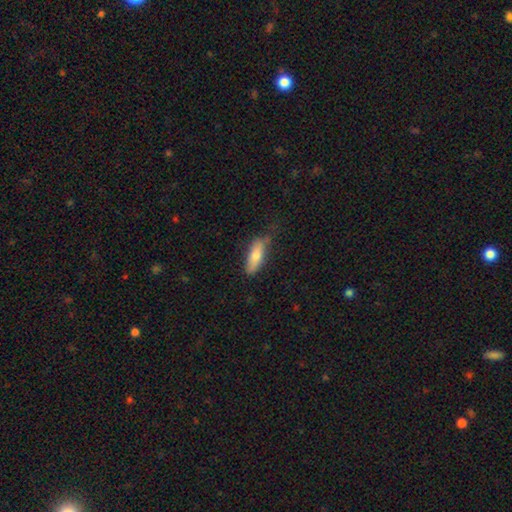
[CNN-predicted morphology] Smooth or featured?
  - smooth: 71% *
  - featured or disk: 23%
  - star or artifact: 6%
How rounded?
  - in between: 52% *
  - cigar-shaped: 46%
  - round: 2%
Merging?
  - none: 66% *
  - minor disturbance: 26%
  - major disturbance: 6%
  - merger: 2%